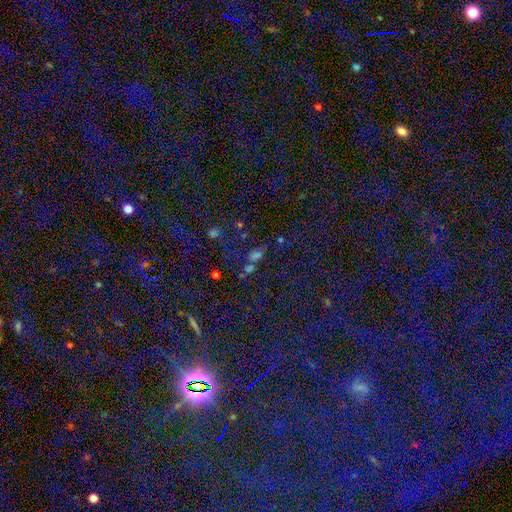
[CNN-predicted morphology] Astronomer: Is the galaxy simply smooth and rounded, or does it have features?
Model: star or artifact — 46% (runner-up: smooth, 42%).